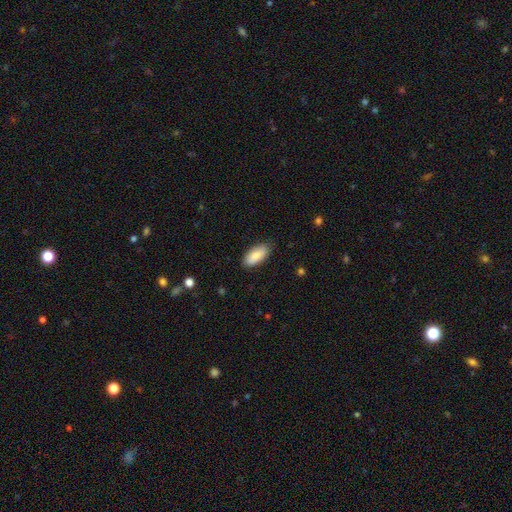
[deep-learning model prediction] Q: Smooth or featured?
A: smooth (85%); runner-up: featured or disk (9%)
Q: How rounded?
A: in between (89%); runner-up: cigar-shaped (9%)
Q: Merging?
A: none (85%); runner-up: minor disturbance (12%)